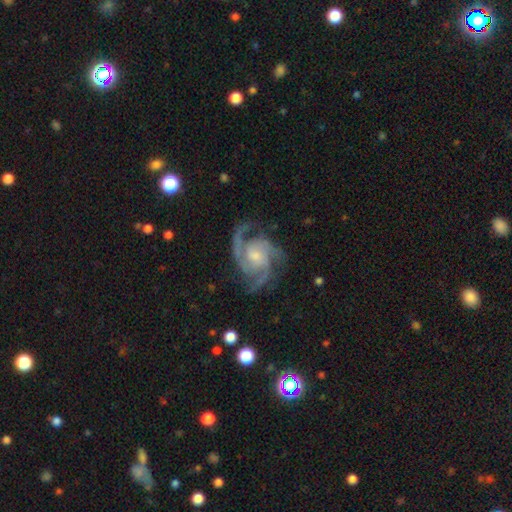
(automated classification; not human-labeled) featured or disk 91%, star or artifact 4%, smooth 4%. Down the decision tree: edge-on disk — no (98%); bar — no (63%); spiral arms — yes (98%); spiral arm count — 3 (53%); spiral winding — medium (53%); bulge size — small (45%); merging — none (71%).